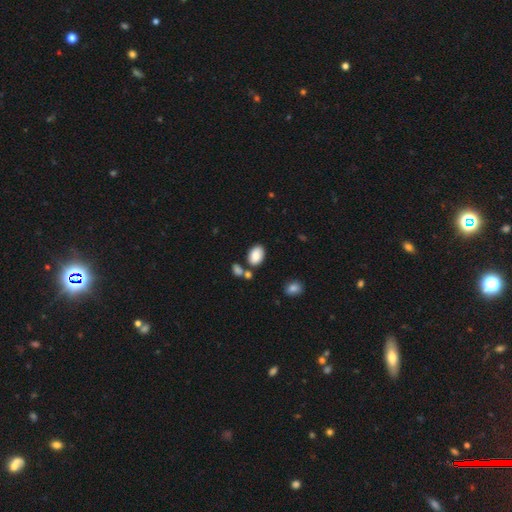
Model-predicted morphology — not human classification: The model was most divided on "merging": none: 69%, merger: 15%, minor disturbance: 13%, major disturbance: 4%. More confident: how rounded — in between (88%); smooth or featured — smooth (85%).